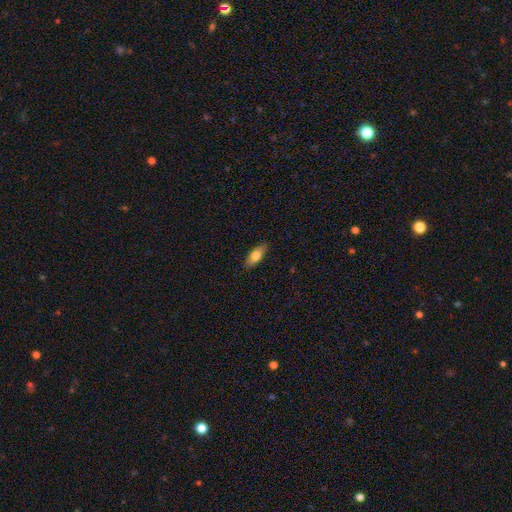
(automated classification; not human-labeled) Q: Smooth or featured?
A: smooth (74%); runner-up: featured or disk (20%)
Q: How rounded?
A: in between (74%); runner-up: cigar-shaped (23%)
Q: Merging?
A: none (86%); runner-up: minor disturbance (11%)